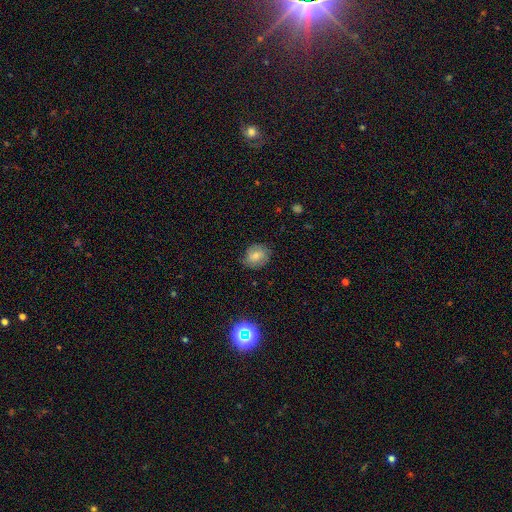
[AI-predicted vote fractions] This is likely a smooth galaxy (67%). How rounded: likely round (66%). Merging: likely none (75%).